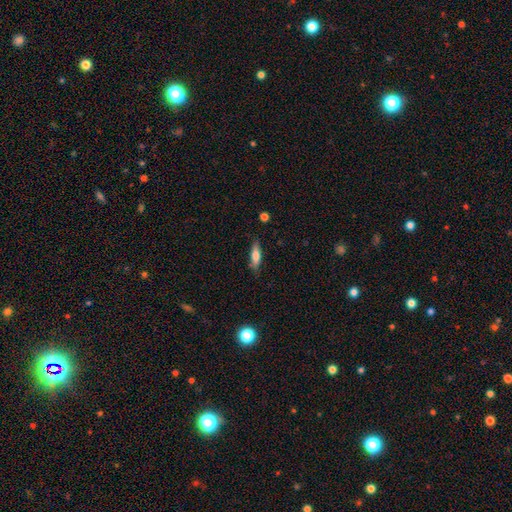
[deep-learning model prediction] Smooth or featured? smooth (69%)
How rounded? cigar-shaped (58%)
Merging? none (81%)